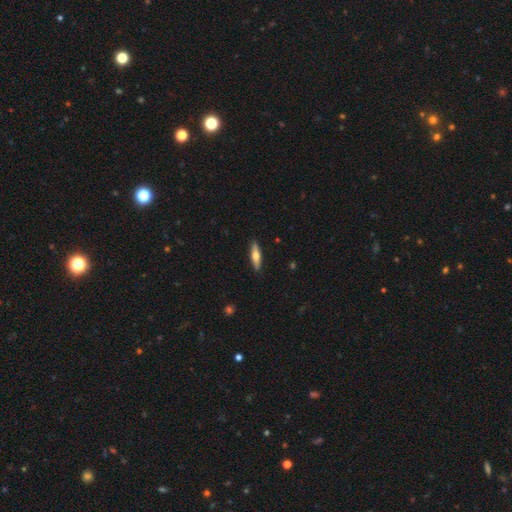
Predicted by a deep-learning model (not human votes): Smooth or featured?
  - smooth: 53% *
  - featured or disk: 42%
  - star or artifact: 6%
How rounded?
  - cigar-shaped: 70% *
  - in between: 28%
  - round: 2%
Merging?
  - none: 90% *
  - minor disturbance: 7%
  - major disturbance: 1%
  - merger: 1%